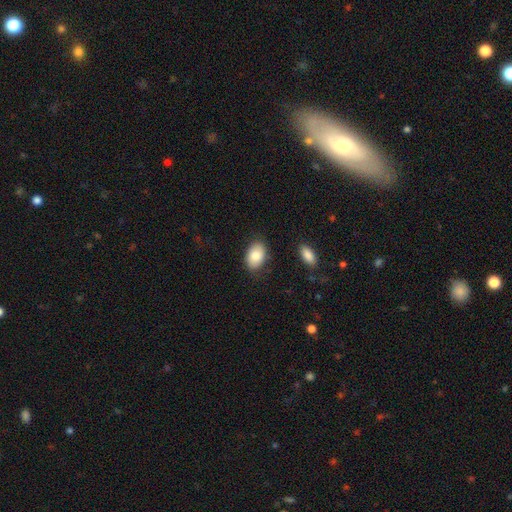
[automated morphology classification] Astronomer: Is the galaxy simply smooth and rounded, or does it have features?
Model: smooth — 82%.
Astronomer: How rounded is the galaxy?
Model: in between — 89%.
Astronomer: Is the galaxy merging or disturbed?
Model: none — 83%.